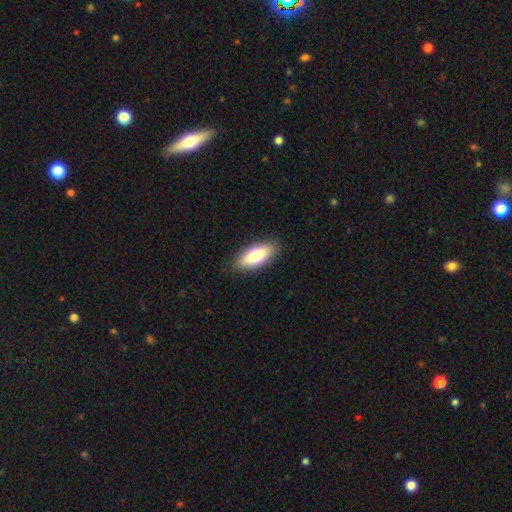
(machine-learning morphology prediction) The model was most divided on "smooth or featured": smooth: 77%, featured or disk: 16%, star or artifact: 6%. More confident: merging — none (88%); how rounded — in between (81%).